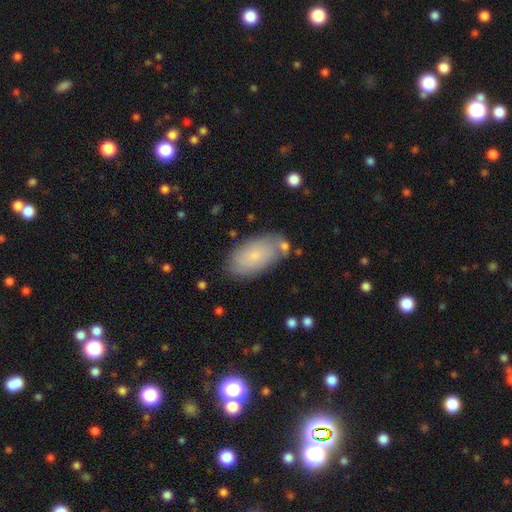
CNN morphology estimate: smooth 75%, featured or disk 19%, star or artifact 6%. Down the decision tree: how rounded — in between (95%); merging — none (75%).